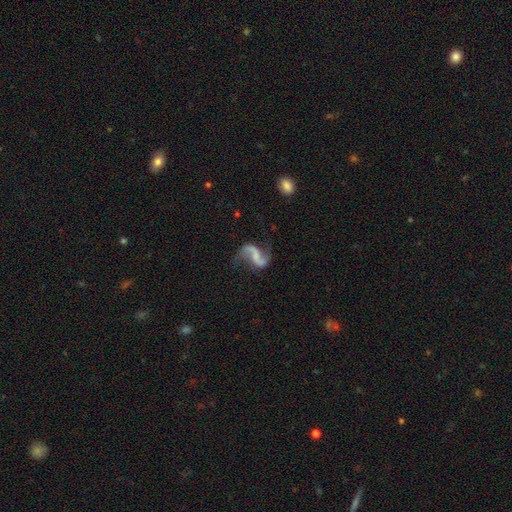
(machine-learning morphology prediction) Smooth or featured? Predicted: featured or disk (p=0.88). Edge-on disk? Predicted: no (p=0.98). Bar? Predicted: weak (p=0.42). Spiral arms? Predicted: yes (p=0.96). Spiral winding? Predicted: loose (p=0.83). Spiral arm count? Predicted: 2 (p=0.93). Bulge size? Predicted: none (p=0.56). Merging? Predicted: none (p=0.69).